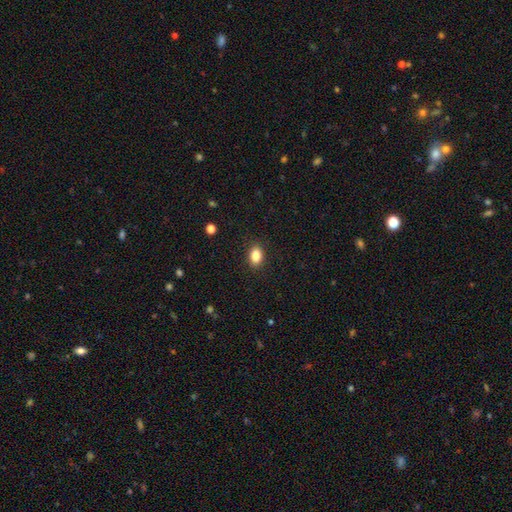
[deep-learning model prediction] Overall: smooth (85%). How rounded: in between (80%). Merging: none (89%).